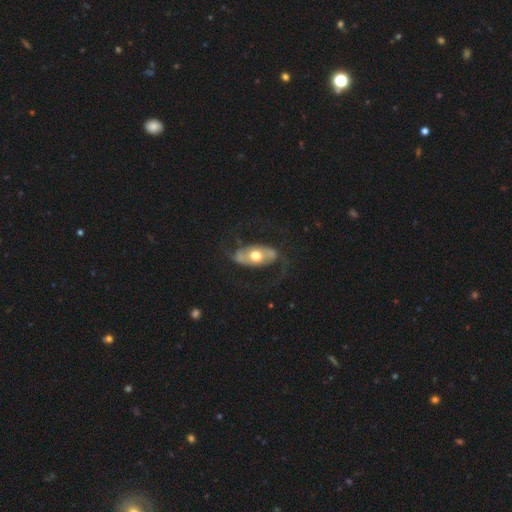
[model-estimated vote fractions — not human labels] Overall: featured or disk (66%; smooth 29%). Edge-on disk: no (88%). Bar: no (64%). Spiral arms: yes (64%; no 36%). Bulge size: moderate (67%). Merging: none (65%).